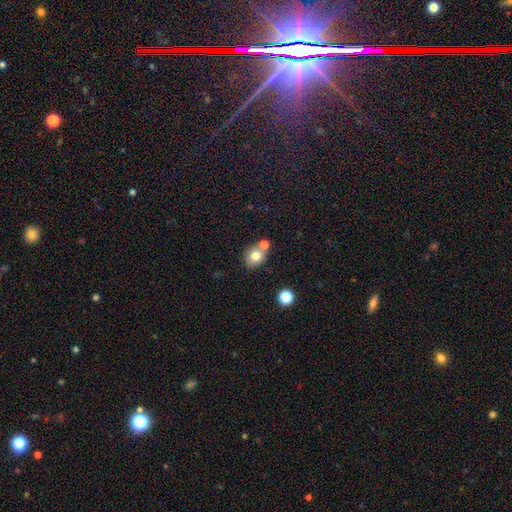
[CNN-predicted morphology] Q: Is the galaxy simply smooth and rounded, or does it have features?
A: smooth — 76%.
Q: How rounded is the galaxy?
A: round — 55%.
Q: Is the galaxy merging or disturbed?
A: none — 57%.